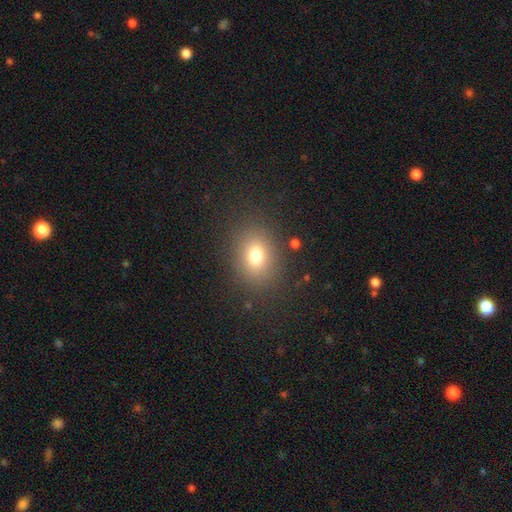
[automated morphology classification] smooth-or-featured: smooth: 75% | star or artifact: 15% | featured or disk: 11%
  how-rounded: in between: 54% | round: 45% | cigar-shaped: 1%
  merging: none: 83% | minor disturbance: 10% | major disturbance: 5% | merger: 2%